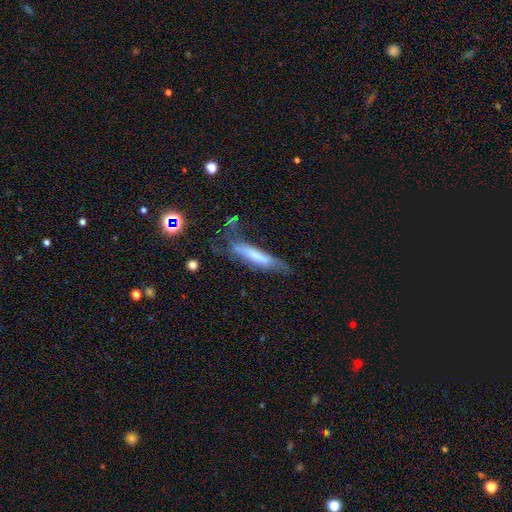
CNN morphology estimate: Smooth or featured: smooth — 56% (featured or disk — 36%)
How rounded: cigar-shaped — 84% (in between — 15%)
Merging: none — 41% (minor disturbance — 29%)